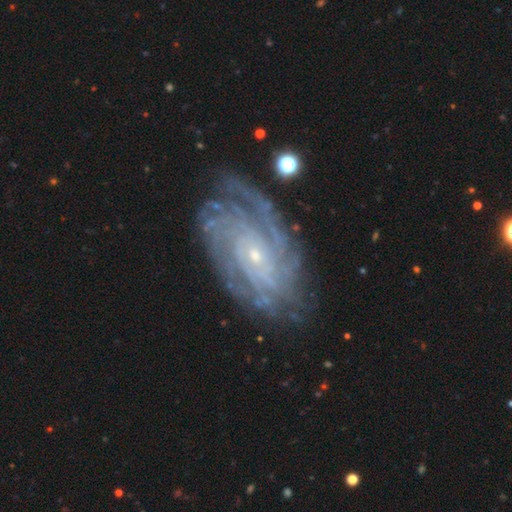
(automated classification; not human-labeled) Smooth or featured?
  - featured or disk: 88% *
  - star or artifact: 6%
  - smooth: 6%
Edge-on disk?
  - no: 96% *
  - yes: 4%
Bar?
  - no: 73% *
  - weak: 20%
  - strong: 6%
Spiral arms?
  - yes: 97% *
  - no: 3%
Spiral winding?
  - tight: 77% *
  - medium: 19%
  - loose: 4%
Spiral arm count?
  - can't tell: 30% *
  - 4: 21%
  - more than 4: 17%
  - 3: 14%
  - 2: 12%
  - 1: 7%
Bulge size?
  - small: 86% *
  - moderate: 10%
  - none: 2%
  - large: 1%
  - dominant: 1%
Merging?
  - none: 75% *
  - minor disturbance: 17%
  - major disturbance: 6%
  - merger: 2%